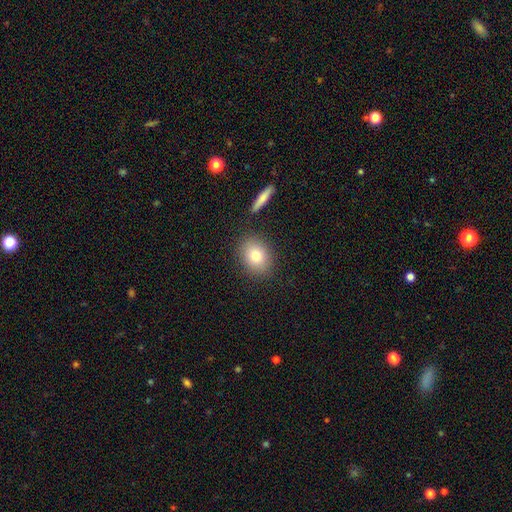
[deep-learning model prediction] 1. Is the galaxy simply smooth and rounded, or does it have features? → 79% smooth, 12% featured or disk, 9% star or artifact.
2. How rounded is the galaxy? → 56% in between, 42% round, 2% cigar-shaped.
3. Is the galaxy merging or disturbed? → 84% none, 9% minor disturbance, 4% merger, 3% major disturbance.